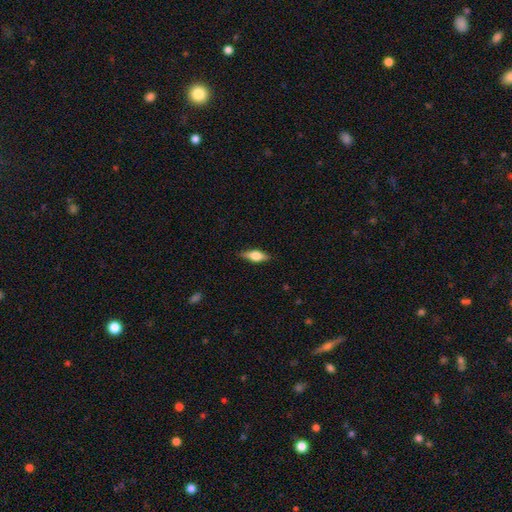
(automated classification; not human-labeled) Smooth or featured? featured or disk (47%)
Merging? none (86%)